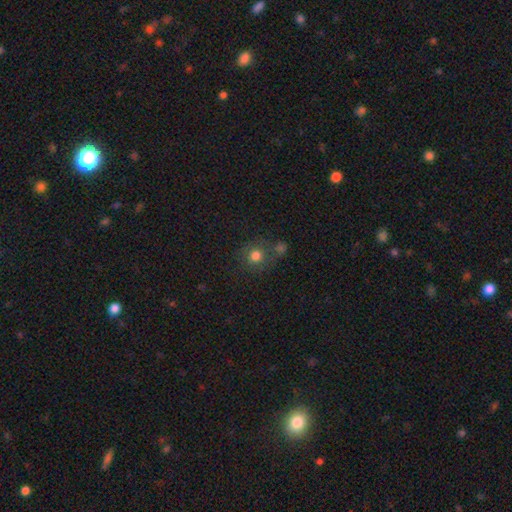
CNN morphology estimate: smooth 74%, star or artifact 14%, featured or disk 12%. Down the decision tree: how rounded — round (86%); merging — none (62%).